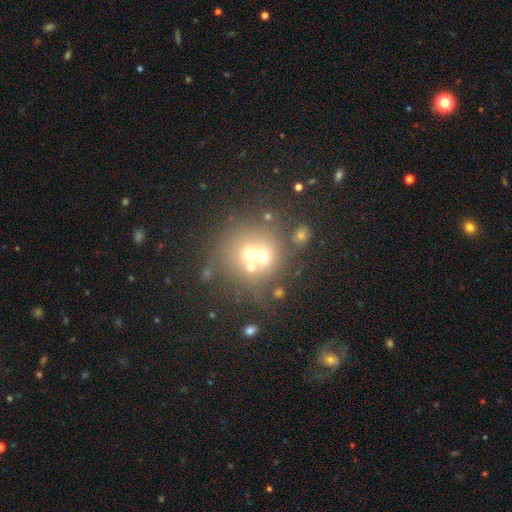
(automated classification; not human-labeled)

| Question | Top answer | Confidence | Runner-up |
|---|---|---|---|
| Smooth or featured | smooth | 53% | featured or disk (25%) |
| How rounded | round | 87% | in between (12%) |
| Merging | merger | 44% | none (42%) |